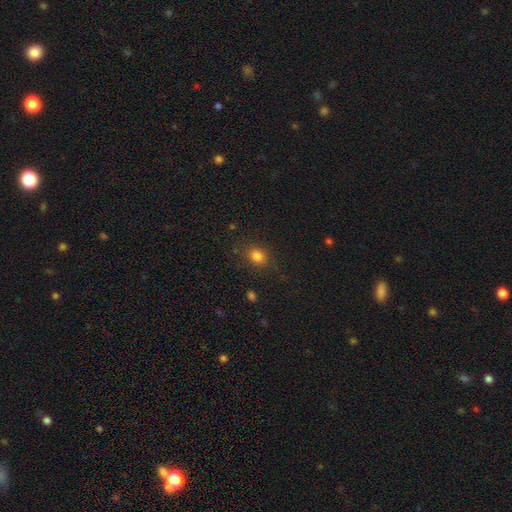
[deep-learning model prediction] Morphology: type=smooth (82%); roundness=in between (50%); merging=none (84%).